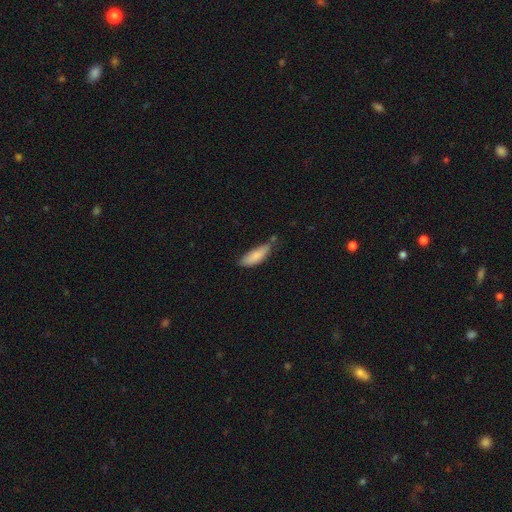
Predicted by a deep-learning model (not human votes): A smooth galaxy with no disk features (84%) that is in between round and cigar-shaped (64%).

Vote fractions:
- Smooth or featured? smooth: 84% / featured or disk: 10% / star or artifact: 6%
- How rounded? in between: 64% / cigar-shaped: 34% / round: 2%
- Merging? none: 49% / minor disturbance: 36% / merger: 8% / major disturbance: 7%